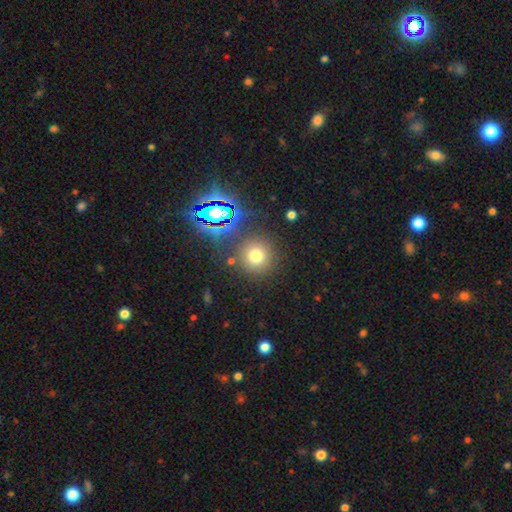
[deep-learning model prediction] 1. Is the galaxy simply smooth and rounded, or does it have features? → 69% smooth, 23% star or artifact, 9% featured or disk.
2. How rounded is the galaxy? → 94% round, 5% in between, 1% cigar-shaped.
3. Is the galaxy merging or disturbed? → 84% none, 8% minor disturbance, 5% merger, 4% major disturbance.